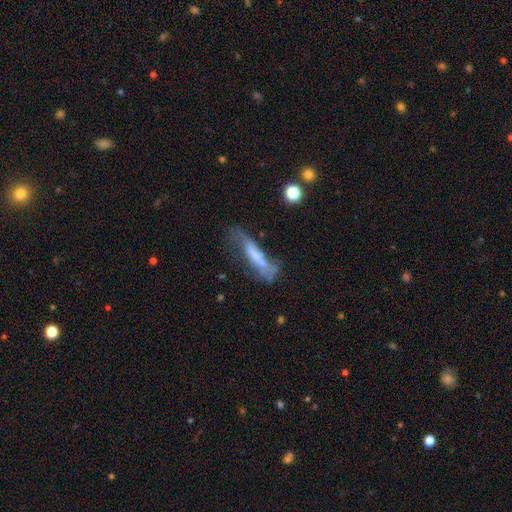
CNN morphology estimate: A smooth galaxy with no disk features (45%).

Vote fractions:
- Smooth or featured? smooth: 45% / featured or disk: 43% / star or artifact: 11%
- Merging? none: 32% / major disturbance: 31% / minor disturbance: 26% / merger: 11%